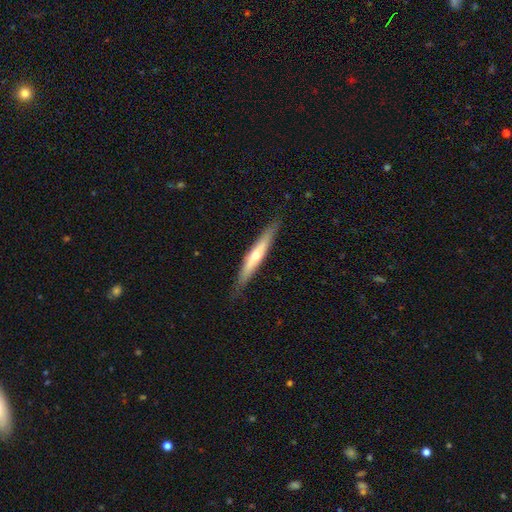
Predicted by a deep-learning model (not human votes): smooth_or_featured: featured or disk (p=0.53) [alt: smooth p=0.42]
disk_edge_on: yes (p=0.92) [alt: no p=0.08]
merging: none (p=0.87) [alt: minor disturbance p=0.10]